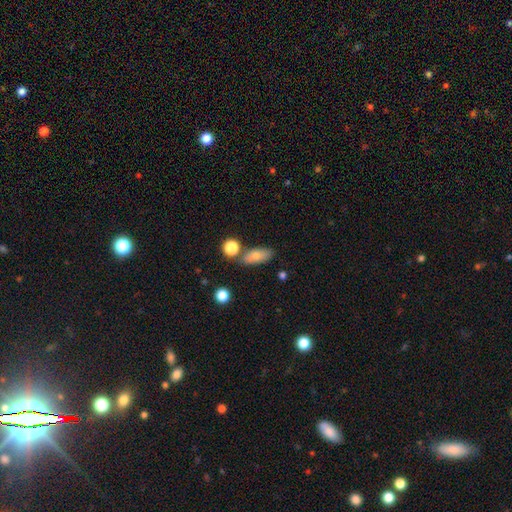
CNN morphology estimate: Overall: smooth (77%). How rounded: in between (80%). Merging: none (71%).